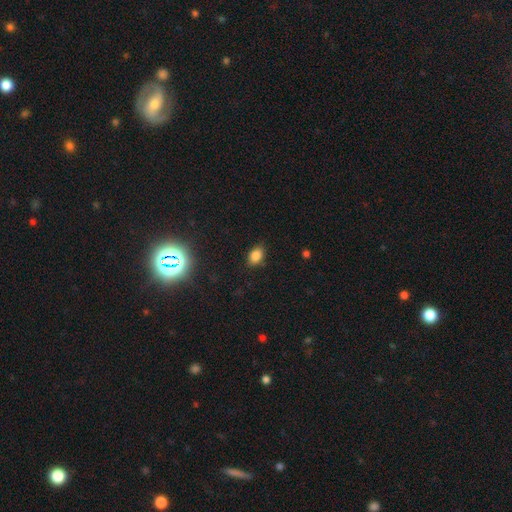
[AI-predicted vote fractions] Smooth or featured: smooth — 81% (star or artifact — 12%)
How rounded: in between — 80% (round — 18%)
Merging: none — 80% (minor disturbance — 16%)